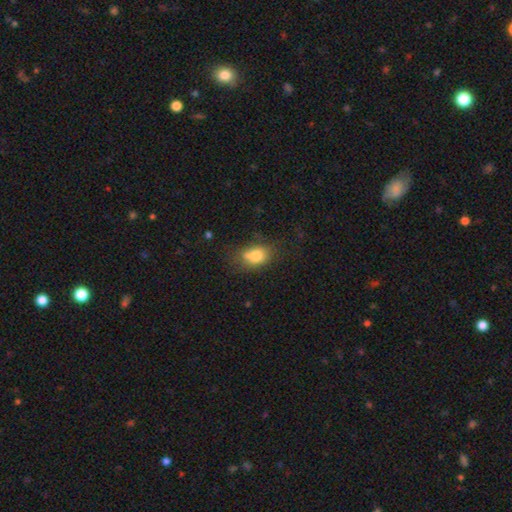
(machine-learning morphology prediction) This appears to be a smooth galaxy with no disk features (76%) that is in between round and cigar-shaped (71%). Merging: none (51%).